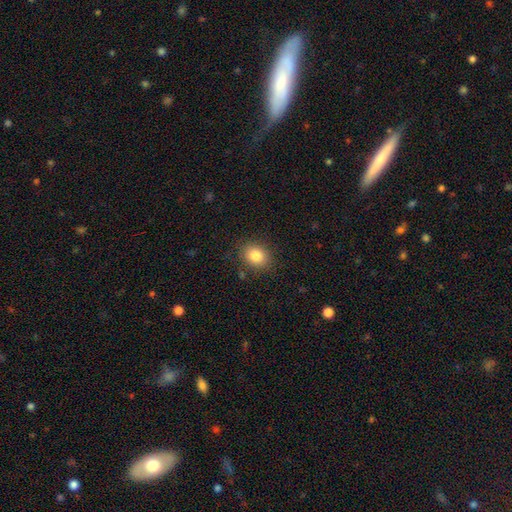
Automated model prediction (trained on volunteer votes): This is clearly a smooth galaxy (84%). How rounded: possibly in between (57%). Merging: clearly none (85%).